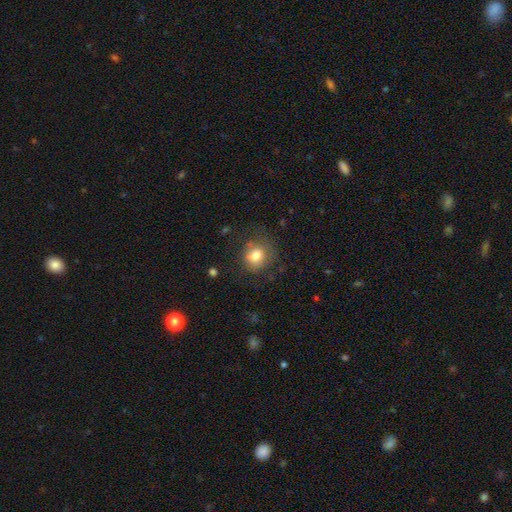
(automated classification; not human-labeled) Overall: smooth (79%). How rounded: round (76%). Merging: none (68%).